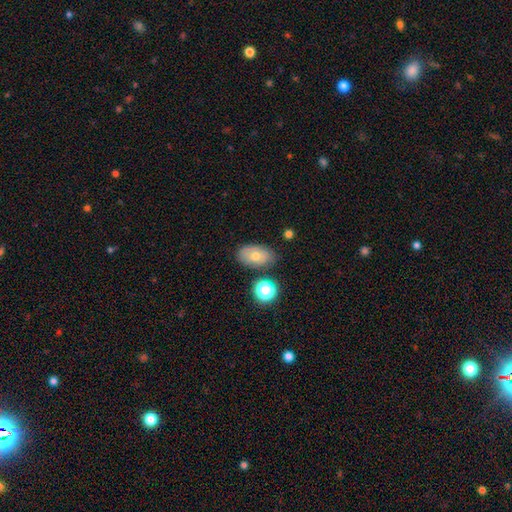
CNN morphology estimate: type=smooth (67%); roundness=in between (88%); merging=none (75%).